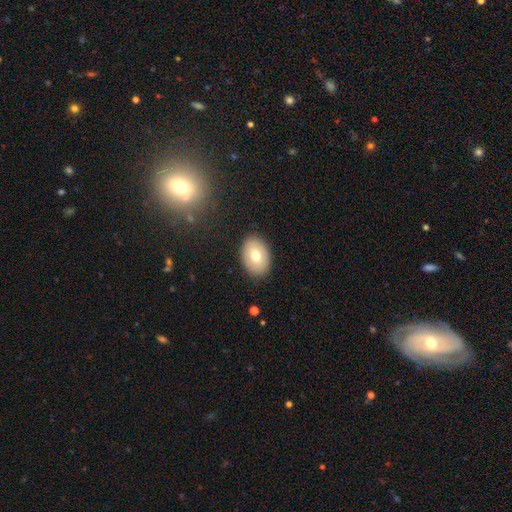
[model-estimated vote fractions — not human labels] smooth_or_featured: smooth (p=0.72) [alt: featured or disk p=0.20]
how_rounded: in between (p=0.79) [alt: round p=0.20]
merging: none (p=0.88) [alt: minor disturbance p=0.09]